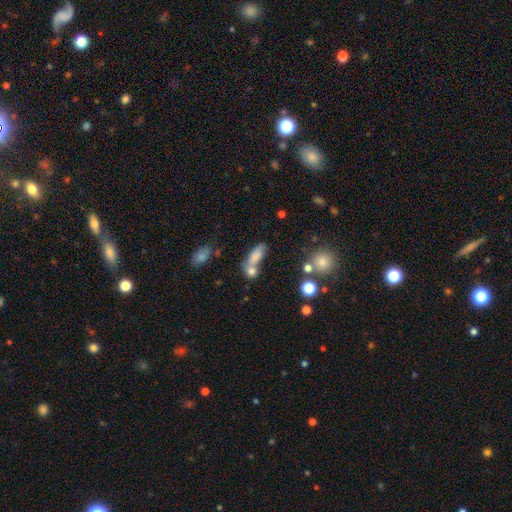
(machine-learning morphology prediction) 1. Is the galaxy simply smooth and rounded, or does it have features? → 75% smooth, 14% featured or disk, 11% star or artifact.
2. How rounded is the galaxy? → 73% in between, 20% cigar-shaped, 8% round.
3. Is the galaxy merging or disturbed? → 44% merger, 35% none, 13% minor disturbance, 8% major disturbance.